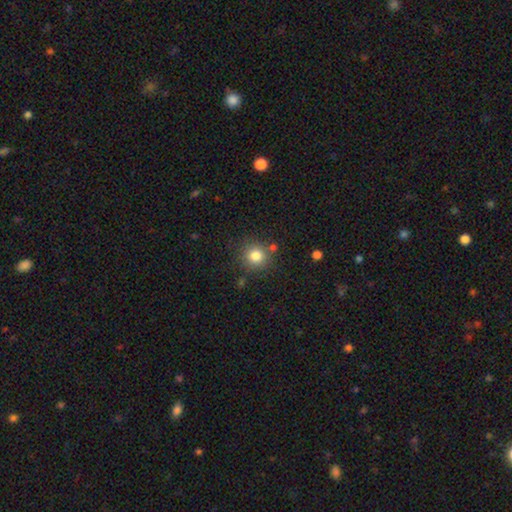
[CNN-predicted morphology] This appears to be a smooth galaxy with no disk features (81%) that is round (92%). Merging: none (80%).